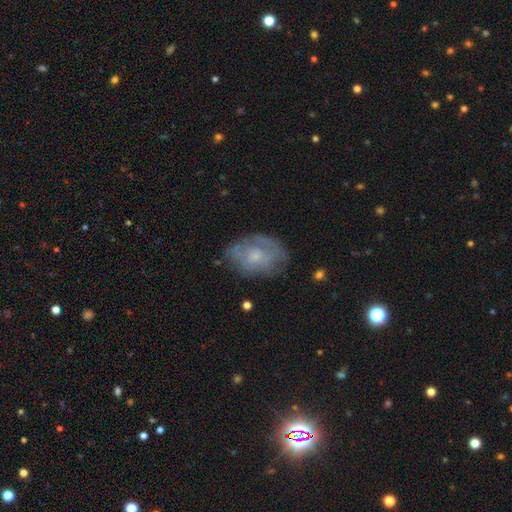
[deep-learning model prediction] Morphology: type=featured or disk (50%); merging=none (61%).